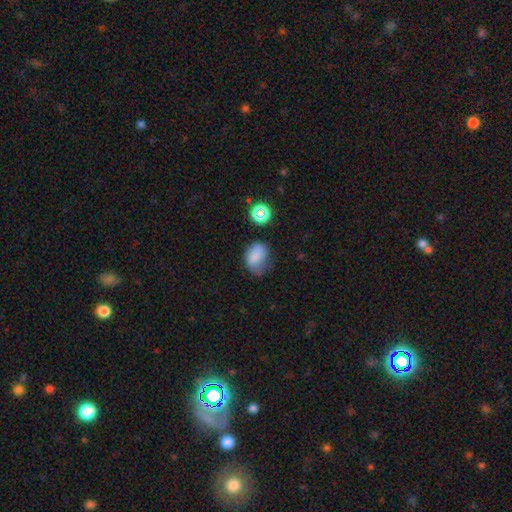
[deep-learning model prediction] Smooth or featured: smooth — 77% (star or artifact — 13%)
How rounded: in between — 64% (round — 35%)
Merging: none — 47% (minor disturbance — 36%)